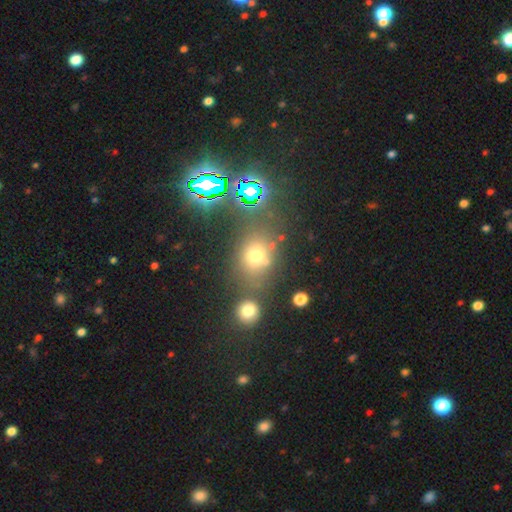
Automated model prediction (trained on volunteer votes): Q: Smooth or featured?
A: smooth (65%); runner-up: star or artifact (24%)
Q: How rounded?
A: round (55%); runner-up: in between (43%)
Q: Merging?
A: none (65%); runner-up: merger (16%)